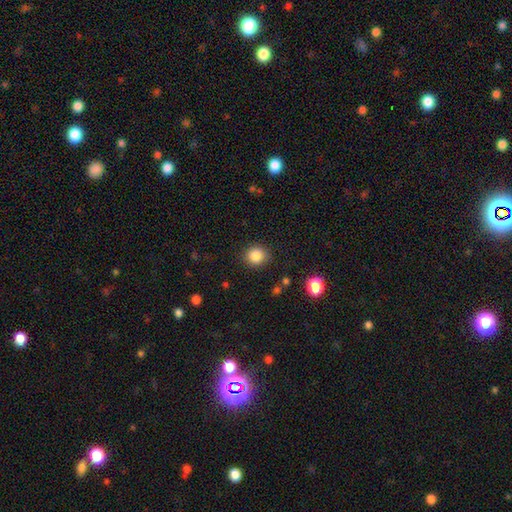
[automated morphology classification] The model was most divided on "how rounded": round: 86%, in between: 13%, cigar-shaped: 1%. More confident: merging — none (88%); smooth or featured — smooth (85%).